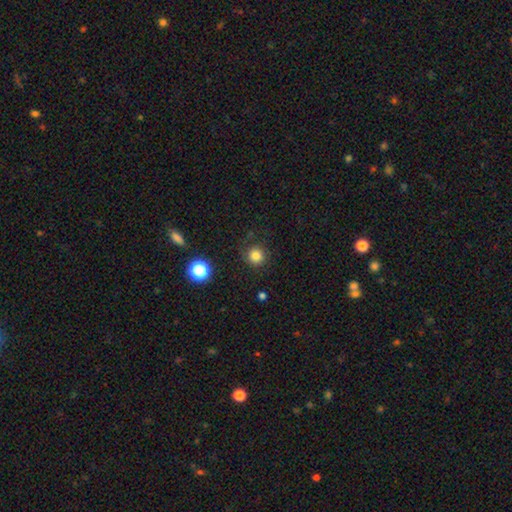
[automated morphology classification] This appears to be a smooth galaxy with no disk features (81%) that is round (94%). Merging: none (85%).